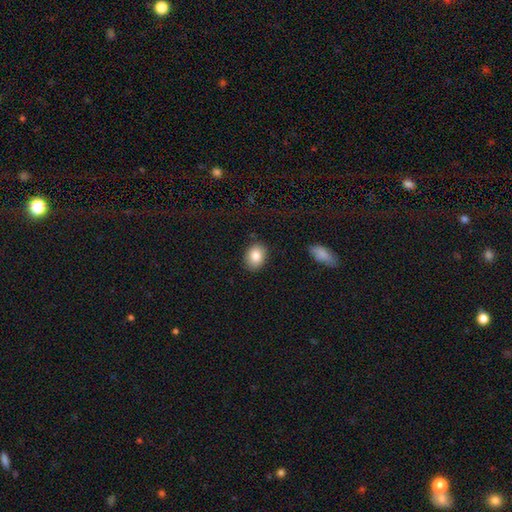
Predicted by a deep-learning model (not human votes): smooth-or-featured: smooth: 85% | star or artifact: 8% | featured or disk: 8%
  how-rounded: in between: 66% | round: 33% | cigar-shaped: 1%
  merging: none: 86% | minor disturbance: 10% | major disturbance: 2% | merger: 2%